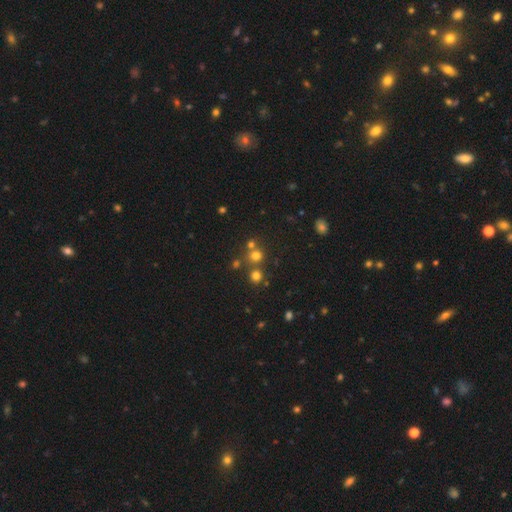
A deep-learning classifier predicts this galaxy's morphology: Q: Smooth or featured?
A: smooth (65%); runner-up: star or artifact (26%)
Q: How rounded?
A: round (91%); runner-up: in between (8%)
Q: Merging?
A: none (67%); runner-up: merger (23%)